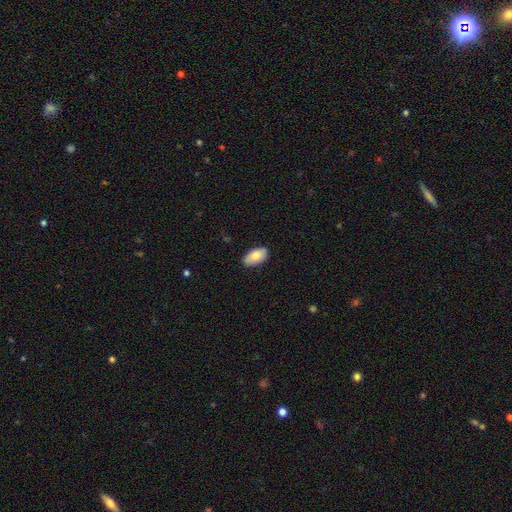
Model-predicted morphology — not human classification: Q: Smooth or featured?
A: smooth (80%); runner-up: featured or disk (14%)
Q: How rounded?
A: in between (95%); runner-up: round (3%)
Q: Merging?
A: none (87%); runner-up: minor disturbance (11%)